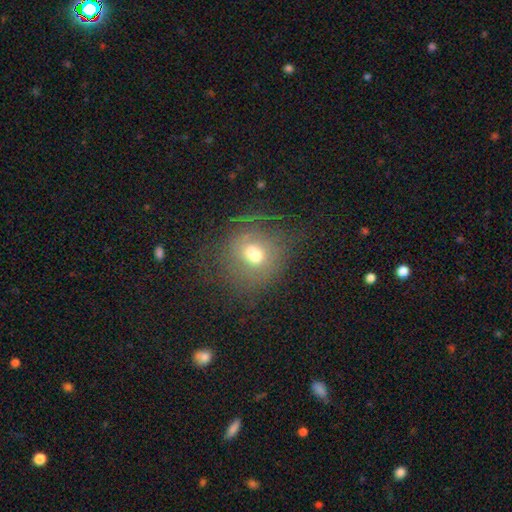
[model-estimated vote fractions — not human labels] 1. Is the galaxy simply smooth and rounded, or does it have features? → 53% smooth, 30% featured or disk, 17% star or artifact.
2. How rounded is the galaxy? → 72% round, 26% in between, 2% cigar-shaped.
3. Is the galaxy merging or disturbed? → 52% none, 18% minor disturbance, 15% major disturbance, 14% merger.